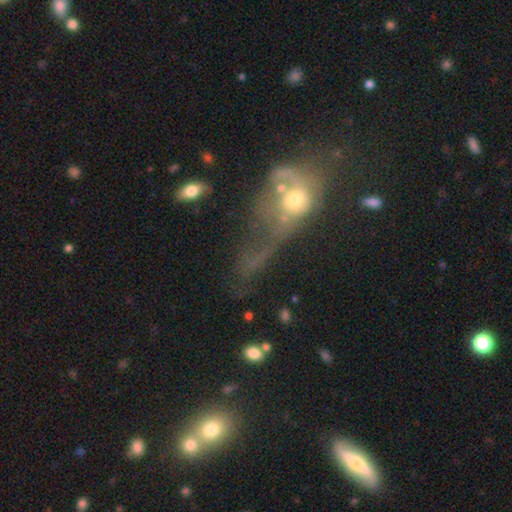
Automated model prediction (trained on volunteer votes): smooth_or_featured: featured or disk (p=0.44) [alt: smooth p=0.32]
merging: major disturbance (p=0.47) [alt: none p=0.23]